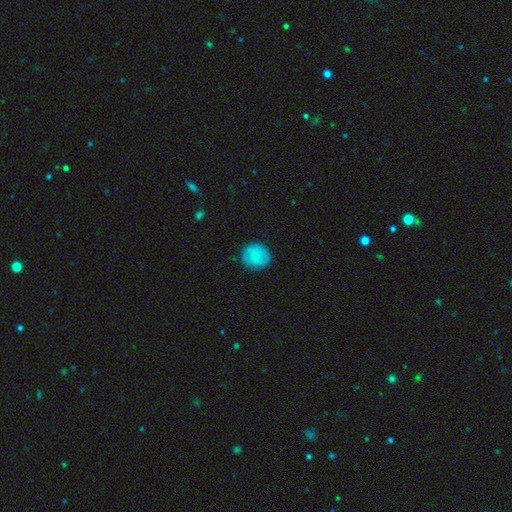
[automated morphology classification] A smooth galaxy with no disk features (79%) that is round (87%).

Vote fractions:
- Smooth or featured? smooth: 79% / featured or disk: 14% / star or artifact: 7%
- How rounded? round: 87% / in between: 12% / cigar-shaped: 1%
- Merging? none: 85% / minor disturbance: 11% / major disturbance: 3% / merger: 1%